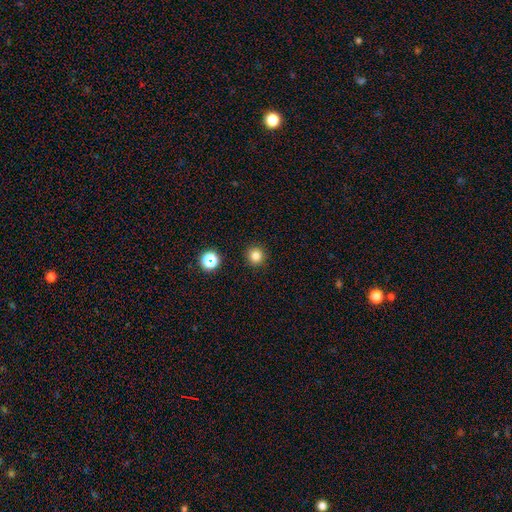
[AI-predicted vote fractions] A smooth galaxy with no disk features (82%) that is round (94%).

Vote fractions:
- Smooth or featured? smooth: 82% / star or artifact: 14% / featured or disk: 4%
- How rounded? round: 94% / in between: 5% / cigar-shaped: 1%
- Merging? none: 91% / minor disturbance: 5% / major disturbance: 2% / merger: 1%